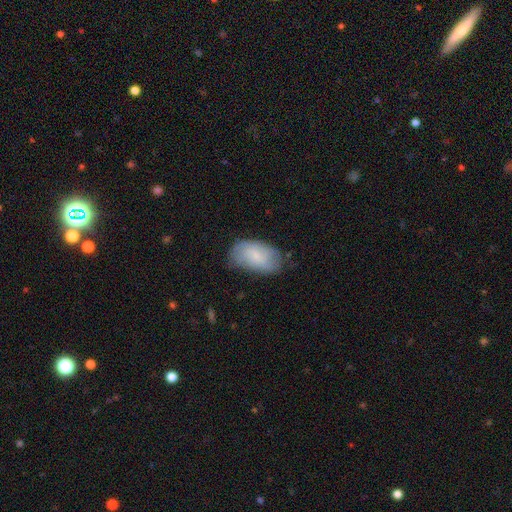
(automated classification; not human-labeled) smooth-or-featured: smooth: 71% | featured or disk: 22% | star or artifact: 7%
  how-rounded: in between: 94% | round: 5% | cigar-shaped: 2%
  merging: none: 65% | minor disturbance: 27% | major disturbance: 6% | merger: 1%